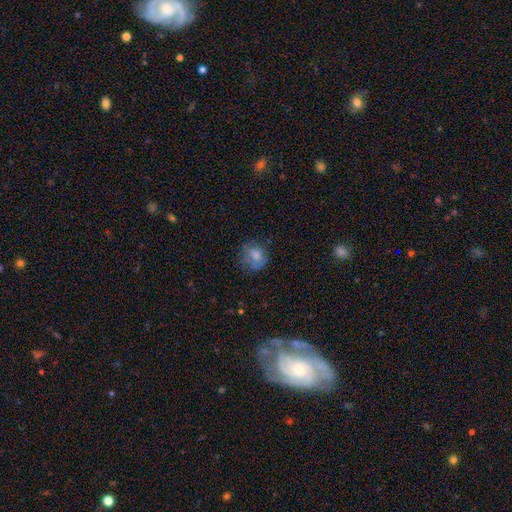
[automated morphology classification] A smooth galaxy with no disk features (75%) that is round (71%). Merging: none (58%).